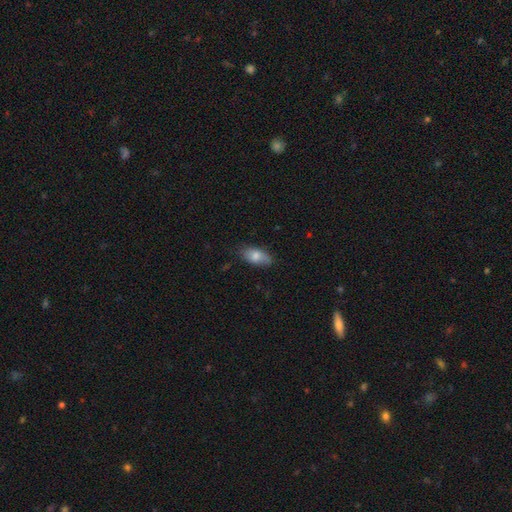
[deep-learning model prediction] This is likely a smooth galaxy (77%). How rounded: clearly in between (90%). Merging: likely none (74%).